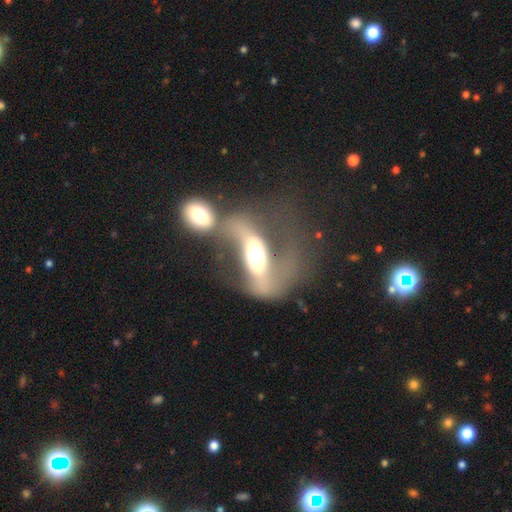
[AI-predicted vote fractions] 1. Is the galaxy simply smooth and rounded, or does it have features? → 73% featured or disk, 21% smooth, 7% star or artifact.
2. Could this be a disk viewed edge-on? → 85% no, 15% yes.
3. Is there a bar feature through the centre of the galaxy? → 40% strong, 34% no, 26% weak.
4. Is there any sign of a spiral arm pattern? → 71% yes, 29% no.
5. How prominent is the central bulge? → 42% moderate, 41% large, 10% dominant, 5% small, 2% none.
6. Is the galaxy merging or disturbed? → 46% merger, 28% major disturbance, 16% none, 9% minor disturbance.